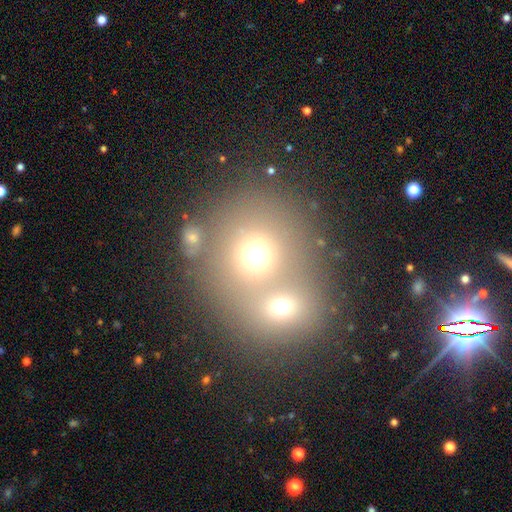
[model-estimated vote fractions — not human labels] Smooth or featured? Predicted: smooth (p=0.65). How rounded? Predicted: round (p=0.82). Merging? Predicted: merger (p=0.62).